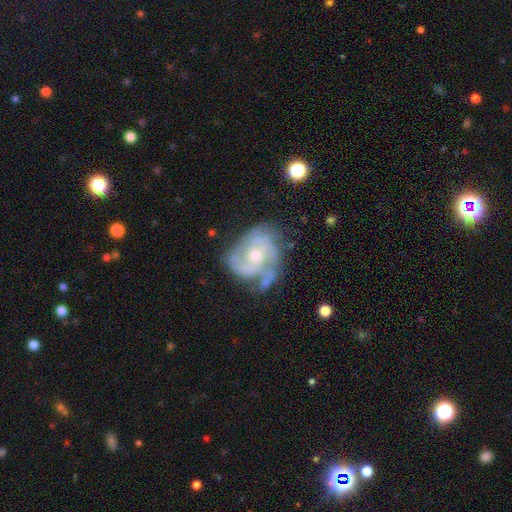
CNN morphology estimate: Smooth or featured?
  - featured or disk: 84% *
  - smooth: 10%
  - star or artifact: 6%
Edge-on disk?
  - no: 98% *
  - yes: 2%
Bar?
  - no: 67% *
  - weak: 28%
  - strong: 5%
Spiral arms?
  - yes: 93% *
  - no: 7%
Spiral winding?
  - tight: 44% *
  - medium: 43%
  - loose: 13%
Spiral arm count?
  - 2: 36% *
  - 3: 28%
  - can't tell: 22%
  - 4: 6%
  - 1: 5%
  - more than 4: 4%
Bulge size?
  - moderate: 50% *
  - small: 46%
  - large: 2%
  - none: 1%
  - dominant: 1%
Merging?
  - none: 55% *
  - minor disturbance: 26%
  - major disturbance: 15%
  - merger: 5%